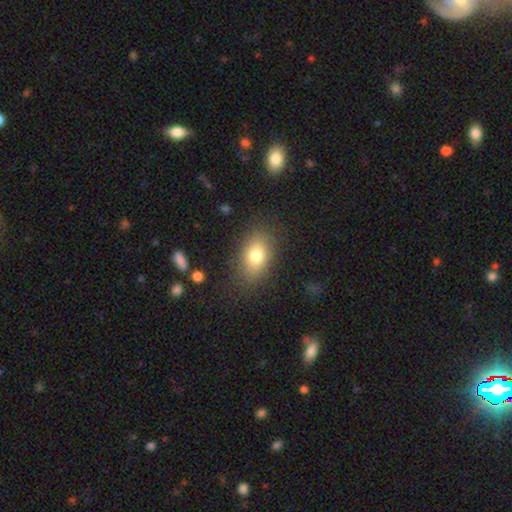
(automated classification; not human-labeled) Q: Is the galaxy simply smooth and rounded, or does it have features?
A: smooth — 77%.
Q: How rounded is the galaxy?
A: in between — 84%.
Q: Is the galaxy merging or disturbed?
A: none — 82%.